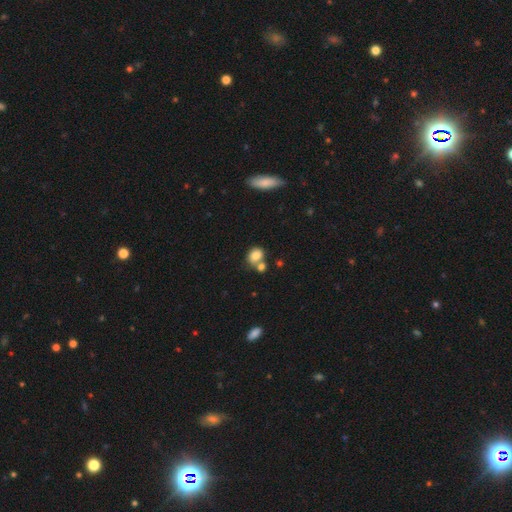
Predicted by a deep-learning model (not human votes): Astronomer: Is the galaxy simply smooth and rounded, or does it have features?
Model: smooth — 81%.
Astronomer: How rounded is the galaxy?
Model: round — 50% (runner-up: in between, 49%).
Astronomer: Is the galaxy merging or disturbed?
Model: none — 45% (runner-up: merger, 38%).